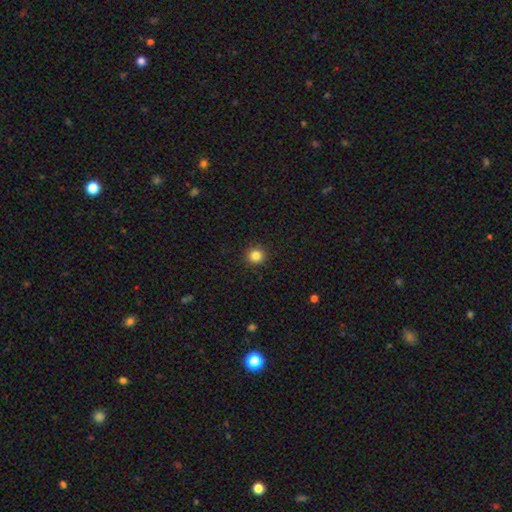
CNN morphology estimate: This is clearly a smooth galaxy (85%). How rounded: clearly round (94%). Merging: clearly none (92%).